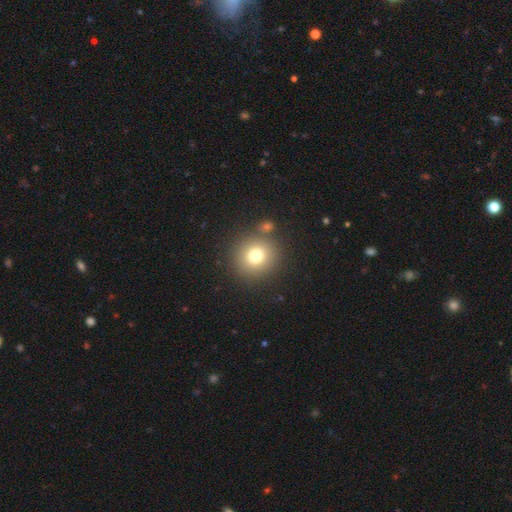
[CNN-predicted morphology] A smooth galaxy with no disk features (77%) that is round (91%).

Vote fractions:
- Smooth or featured? smooth: 77% / star or artifact: 13% / featured or disk: 10%
- How rounded? round: 91% / in between: 8% / cigar-shaped: 1%
- Merging? none: 81% / merger: 8% / minor disturbance: 8% / major disturbance: 3%